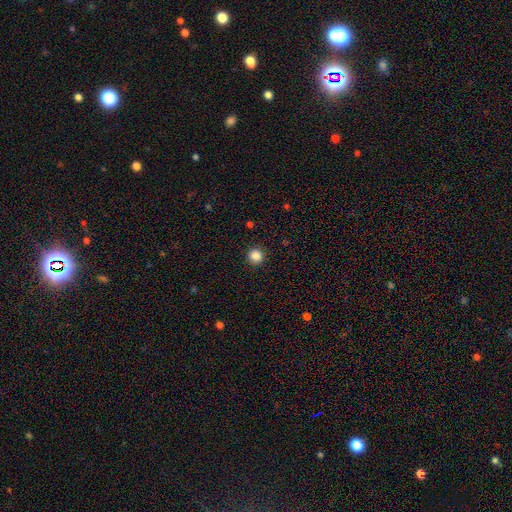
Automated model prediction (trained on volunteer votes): Smooth or featured? Predicted: smooth (p=0.87). How rounded? Predicted: round (p=0.95). Merging? Predicted: none (p=0.92).